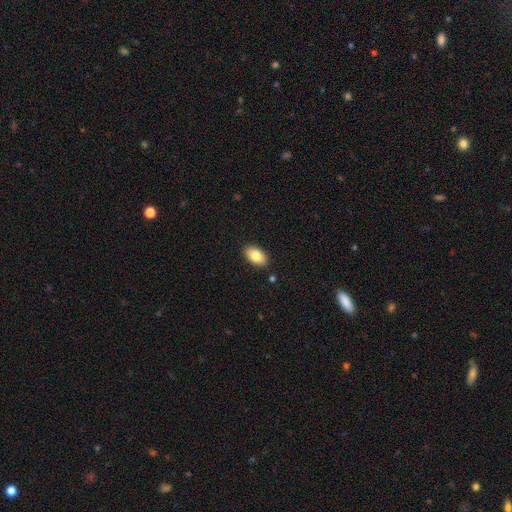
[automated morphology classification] Smooth or featured? Predicted: smooth (p=0.82). How rounded? Predicted: in between (p=0.93). Merging? Predicted: none (p=0.88).